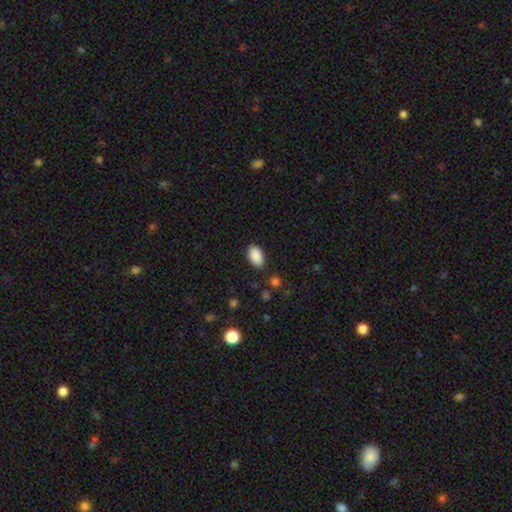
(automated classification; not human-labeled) smooth 90%, star or artifact 7%, featured or disk 3%. Down the decision tree: how rounded — in between (93%); merging — none (86%).